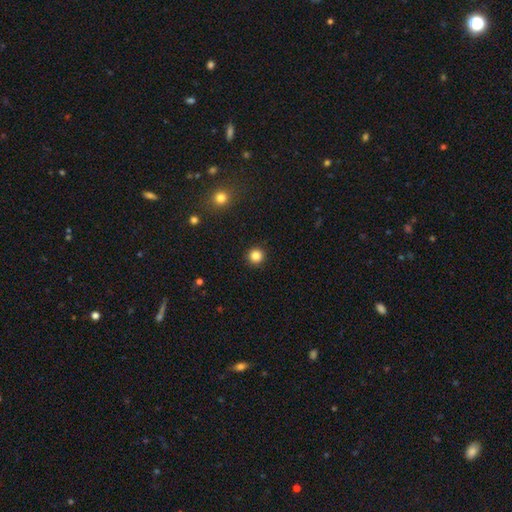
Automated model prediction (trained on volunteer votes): smooth-or-featured: smooth: 85% | star or artifact: 11% | featured or disk: 4%
  how-rounded: round: 96% | in between: 4% | cigar-shaped: 1%
  merging: none: 93% | minor disturbance: 4% | major disturbance: 2% | merger: 1%